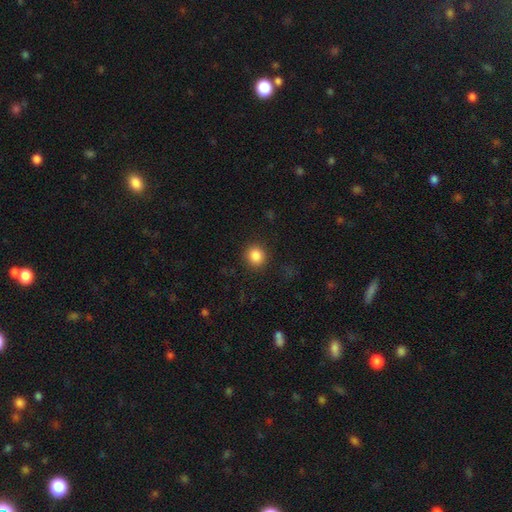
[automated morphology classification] Smooth or featured?
  - smooth: 85% *
  - star or artifact: 10%
  - featured or disk: 4%
How rounded?
  - round: 85% *
  - in between: 14%
  - cigar-shaped: 1%
Merging?
  - none: 89% *
  - minor disturbance: 7%
  - major disturbance: 3%
  - merger: 1%